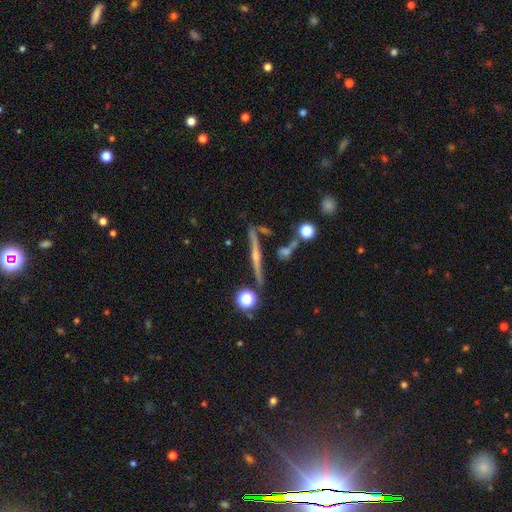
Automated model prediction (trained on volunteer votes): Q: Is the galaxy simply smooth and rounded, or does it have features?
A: featured or disk — 79%.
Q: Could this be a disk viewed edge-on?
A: yes — 97%.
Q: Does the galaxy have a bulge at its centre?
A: rounded — 80%.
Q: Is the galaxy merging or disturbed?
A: none — 85%.